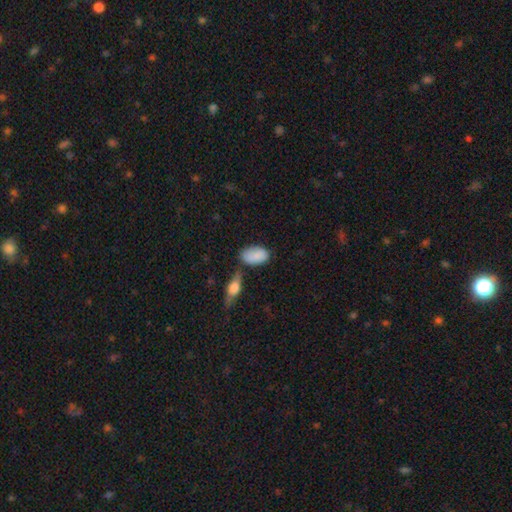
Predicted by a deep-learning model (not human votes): Smooth or featured?
  - smooth: 84% *
  - featured or disk: 10%
  - star or artifact: 7%
How rounded?
  - in between: 93% *
  - round: 4%
  - cigar-shaped: 2%
Merging?
  - none: 58% *
  - minor disturbance: 23%
  - merger: 13%
  - major disturbance: 6%